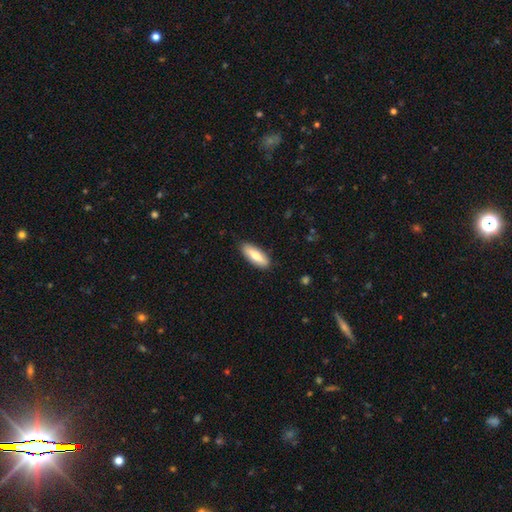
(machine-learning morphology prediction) This is likely a smooth galaxy (76%). How rounded: likely in between (62%). Merging: clearly none (87%).